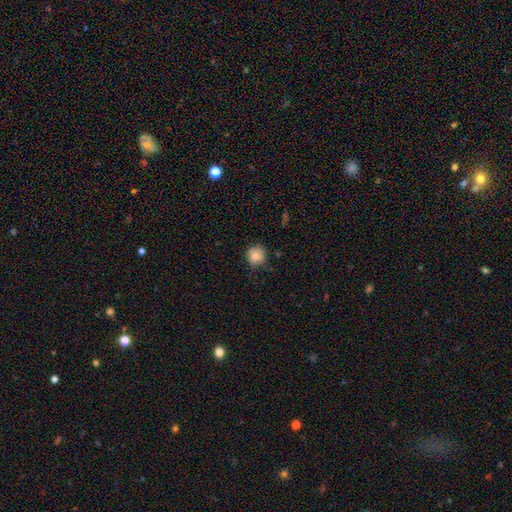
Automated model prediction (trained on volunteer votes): Morphology: type=smooth (82%); roundness=round (88%); merging=none (71%).